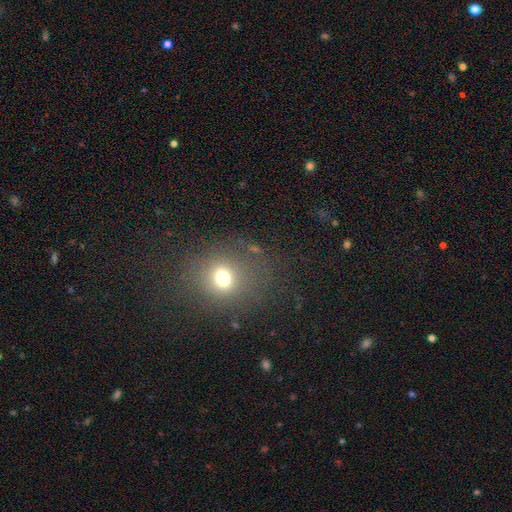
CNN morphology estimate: type=smooth (63%); roundness=round (71%); merging=none (79%).